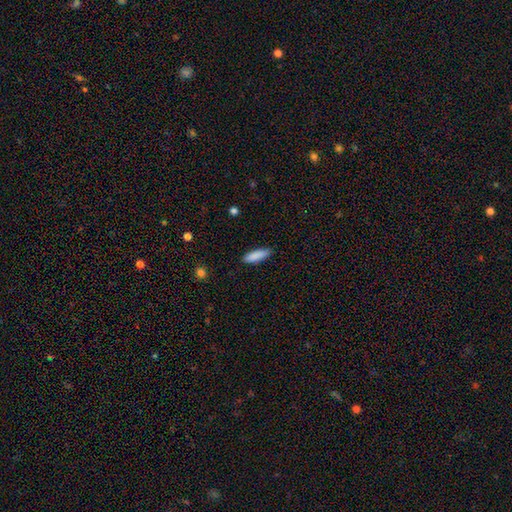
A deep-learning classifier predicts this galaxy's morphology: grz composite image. It shows a smooth galaxy with no disk features (88%) that is cigar-shaped (56%). Merging: none (85%).